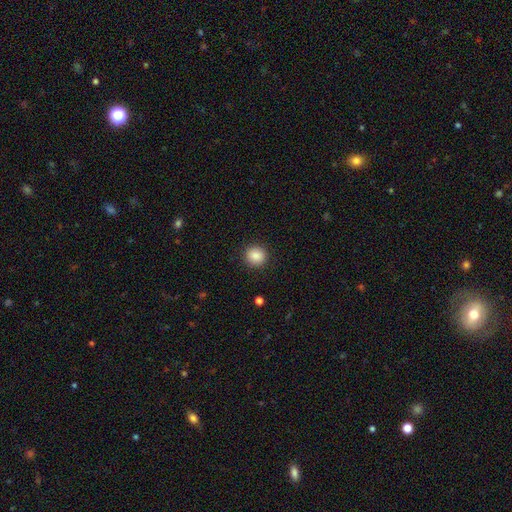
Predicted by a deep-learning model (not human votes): smooth-or-featured: smooth: 87% | star or artifact: 9% | featured or disk: 4%
  how-rounded: round: 88% | in between: 11% | cigar-shaped: 1%
  merging: none: 91% | minor disturbance: 6% | major disturbance: 2% | merger: 1%